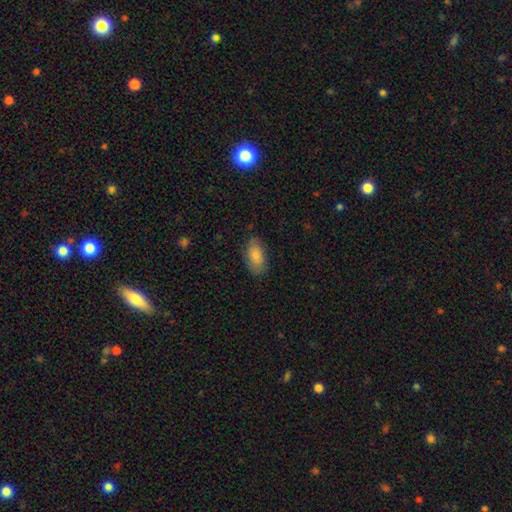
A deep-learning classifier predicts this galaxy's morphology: This appears to be a smooth galaxy with no disk features (83%) that is in between round and cigar-shaped (93%). Merging: none (82%).